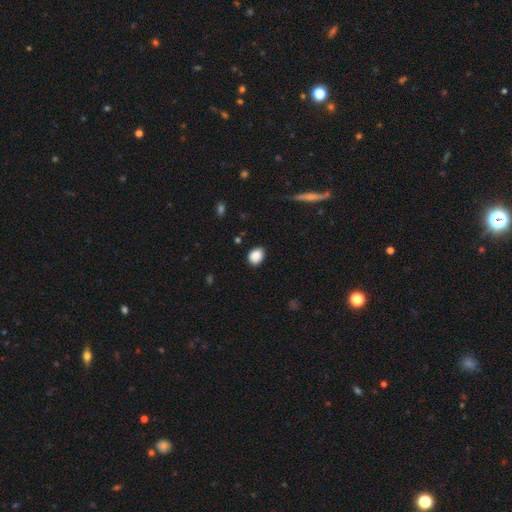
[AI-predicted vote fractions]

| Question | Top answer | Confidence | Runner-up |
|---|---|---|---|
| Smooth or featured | smooth | 88% | star or artifact (8%) |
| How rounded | in between | 59% | round (40%) |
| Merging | none | 83% | minor disturbance (13%) |